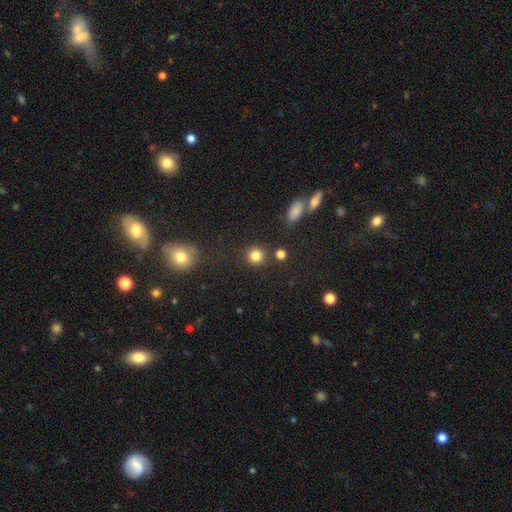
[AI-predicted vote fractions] This appears to be a smooth galaxy with no disk features (82%) that is round (91%). Merging: none (86%).